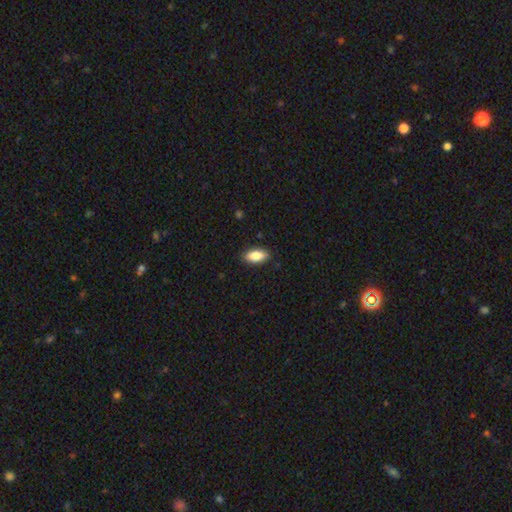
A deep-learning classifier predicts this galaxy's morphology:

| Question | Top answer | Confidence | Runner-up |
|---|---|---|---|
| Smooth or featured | smooth | 87% | star or artifact (7%) |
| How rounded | in between | 91% | cigar-shaped (7%) |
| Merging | none | 88% | minor disturbance (9%) |